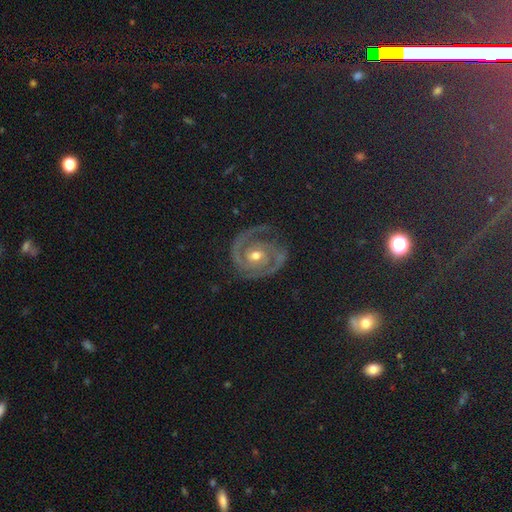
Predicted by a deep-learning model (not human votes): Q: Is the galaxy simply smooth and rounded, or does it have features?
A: featured or disk — 88%.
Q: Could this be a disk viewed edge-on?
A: no — 98%.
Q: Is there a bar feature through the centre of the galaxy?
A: no — 67%.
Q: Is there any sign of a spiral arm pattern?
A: yes — 97%.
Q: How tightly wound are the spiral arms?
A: tight — 65%.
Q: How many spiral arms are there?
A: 2 — 81%.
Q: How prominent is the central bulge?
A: moderate — 73%.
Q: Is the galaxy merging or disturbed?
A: none — 78%.